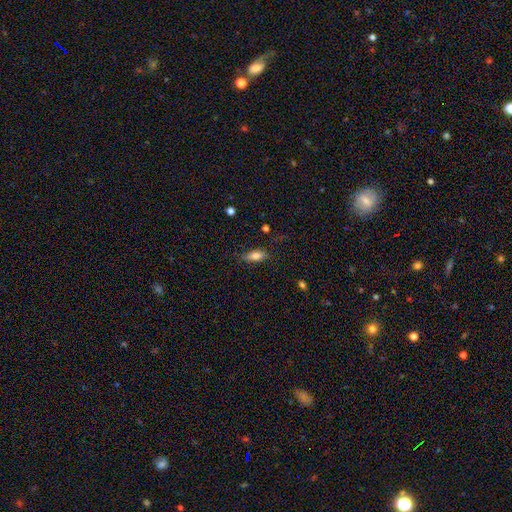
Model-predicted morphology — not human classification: Smooth or featured? Predicted: smooth (p=0.78). How rounded? Predicted: in between (p=0.78). Merging? Predicted: none (p=0.75).